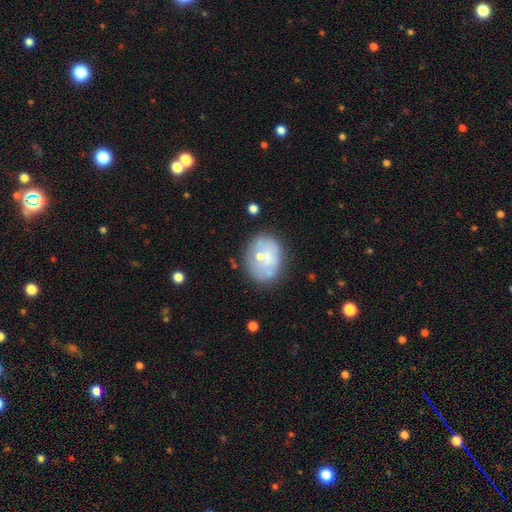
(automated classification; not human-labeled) Smooth or featured: smooth — 45% (featured or disk — 41%)
Merging: none — 74% (minor disturbance — 17%)